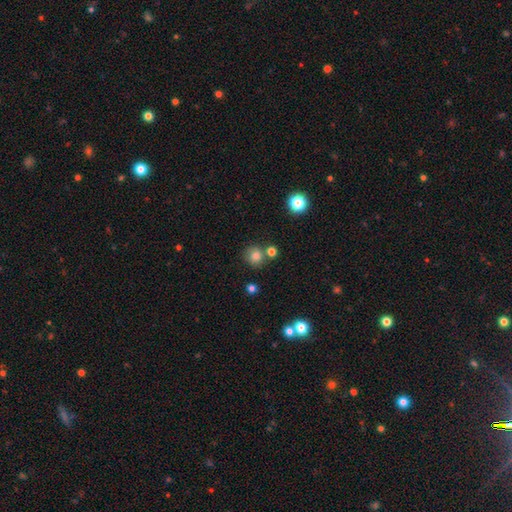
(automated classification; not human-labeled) Smooth or featured?
  - smooth: 80% *
  - star or artifact: 13%
  - featured or disk: 7%
How rounded?
  - round: 89% *
  - in between: 10%
  - cigar-shaped: 1%
Merging?
  - none: 70% *
  - merger: 15%
  - minor disturbance: 11%
  - major disturbance: 4%